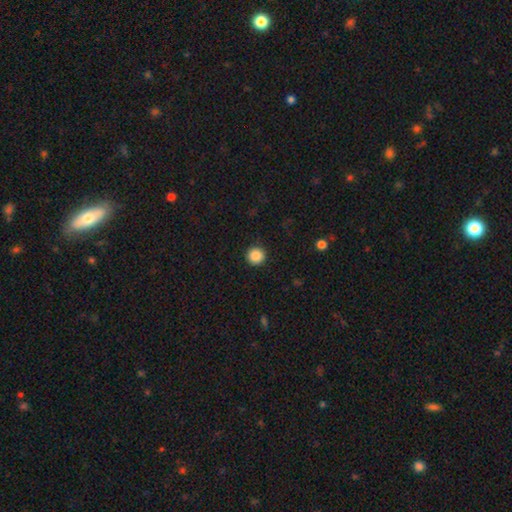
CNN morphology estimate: type=smooth (88%); roundness=round (95%); merging=none (92%).